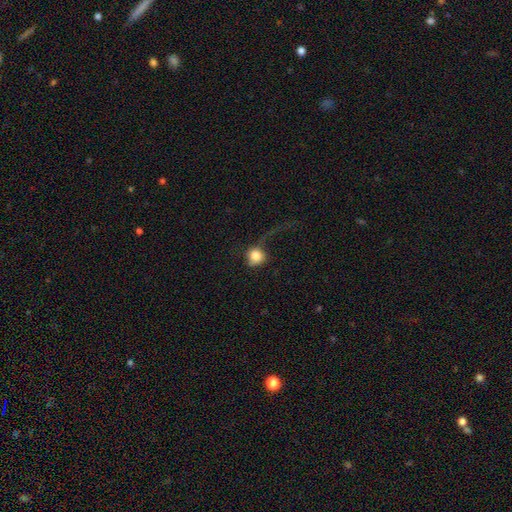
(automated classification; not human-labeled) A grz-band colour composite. It shows a smooth galaxy with no disk features (78%) that is round (85%). Merging: none (39%, tied with major disturbance).